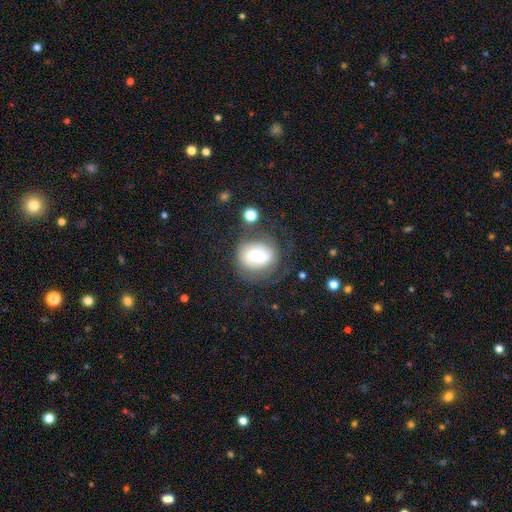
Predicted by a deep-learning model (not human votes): Smooth or featured?
  - featured or disk: 50% *
  - smooth: 41%
  - star or artifact: 9%
Edge-on disk?
  - no: 96% *
  - yes: 4%
Merging?
  - none: 63% *
  - minor disturbance: 18%
  - major disturbance: 13%
  - merger: 5%